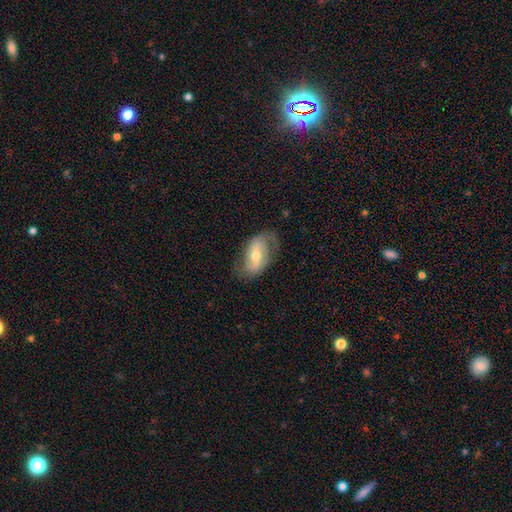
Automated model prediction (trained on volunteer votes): Smooth or featured?
  - featured or disk: 71% *
  - smooth: 23%
  - star or artifact: 6%
Edge-on disk?
  - no: 94% *
  - yes: 6%
Bar?
  - weak: 40% *
  - strong: 38%
  - no: 22%
Spiral arms?
  - yes: 83% *
  - no: 17%
Spiral winding?
  - medium: 41% *
  - loose: 37%
  - tight: 22%
Spiral arm count?
  - 2: 80% *
  - can't tell: 10%
  - 1: 7%
  - 3: 1%
  - 4: 1%
  - more than 4: 1%
Bulge size?
  - moderate: 61% *
  - small: 33%
  - large: 4%
  - none: 1%
  - dominant: 1%
Merging?
  - none: 67% *
  - minor disturbance: 21%
  - major disturbance: 11%
  - merger: 1%